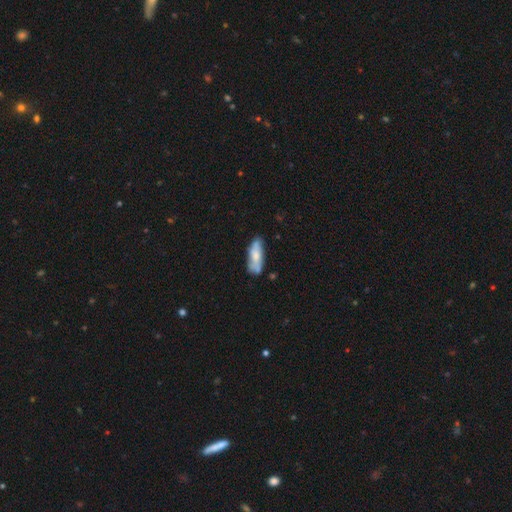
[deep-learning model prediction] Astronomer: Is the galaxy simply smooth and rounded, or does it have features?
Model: smooth — 63%.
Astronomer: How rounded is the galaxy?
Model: in between — 66%.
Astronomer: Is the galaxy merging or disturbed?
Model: none — 60%.